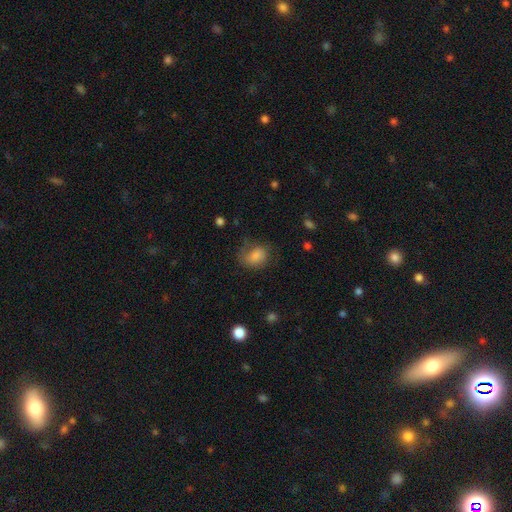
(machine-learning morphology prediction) A smooth galaxy with no disk features (74%) that is in between round and cigar-shaped (61%).

Vote fractions:
- Smooth or featured? smooth: 74% / featured or disk: 15% / star or artifact: 10%
- How rounded? in between: 61% / round: 38% / cigar-shaped: 1%
- Merging? none: 54% / minor disturbance: 26% / major disturbance: 18% / merger: 2%